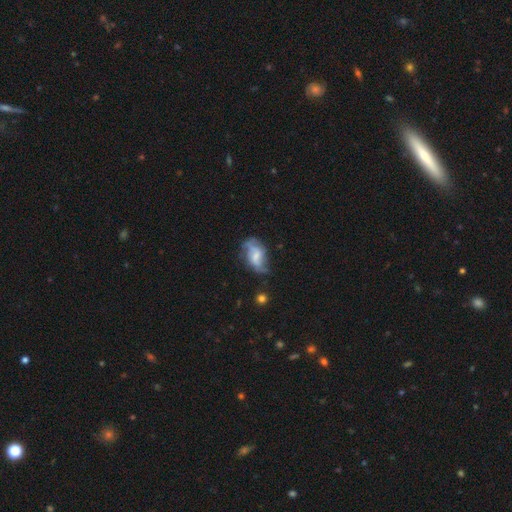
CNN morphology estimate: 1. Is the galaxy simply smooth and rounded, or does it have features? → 61% featured or disk, 31% smooth, 8% star or artifact.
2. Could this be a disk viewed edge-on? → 93% no, 7% yes.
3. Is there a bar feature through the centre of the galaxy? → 45% weak, 40% no, 16% strong.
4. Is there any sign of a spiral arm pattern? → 80% yes, 20% no.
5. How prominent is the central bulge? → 39% small, 35% moderate, 18% none, 7% large, 2% dominant.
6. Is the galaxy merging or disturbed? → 49% none, 29% minor disturbance, 18% major disturbance, 4% merger.